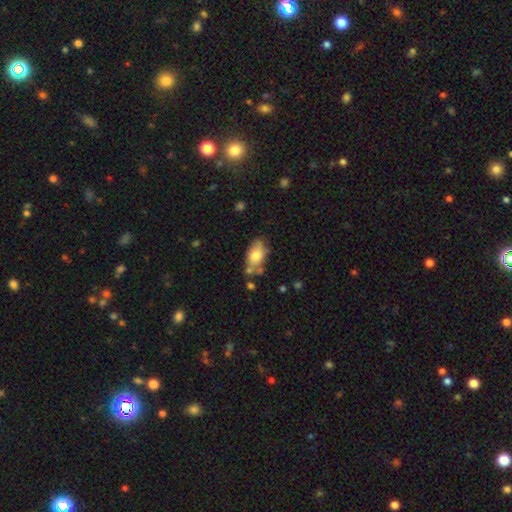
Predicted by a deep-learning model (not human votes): smooth_or_featured: smooth (p=0.74) [alt: featured or disk p=0.19]
how_rounded: in between (p=0.90) [alt: round p=0.07]
merging: none (p=0.56) [alt: minor disturbance p=0.24]